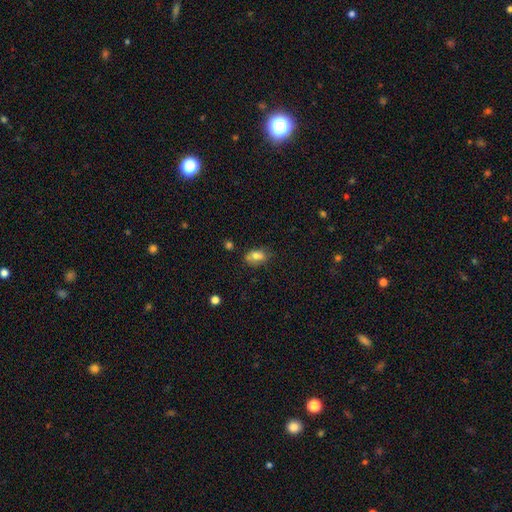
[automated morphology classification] Smooth or featured: smooth — 75% (featured or disk — 15%)
How rounded: in between — 85% (round — 13%)
Merging: none — 66% (minor disturbance — 23%)